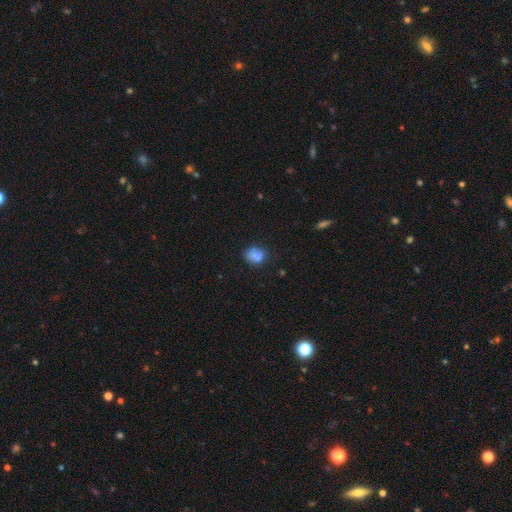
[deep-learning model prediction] Q: Smooth or featured?
A: smooth (78%); runner-up: star or artifact (11%)
Q: How rounded?
A: in between (53%); runner-up: round (46%)
Q: Merging?
A: none (58%); runner-up: minor disturbance (25%)